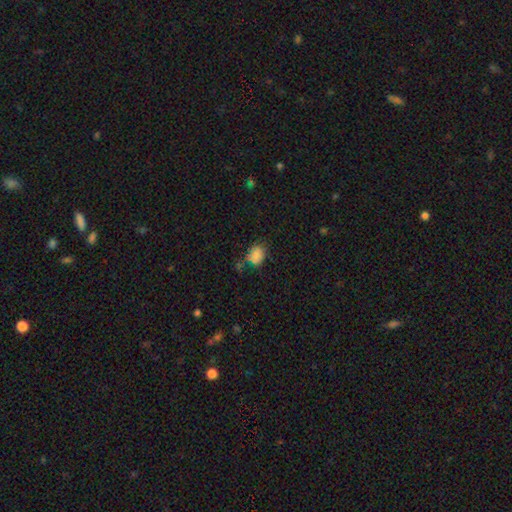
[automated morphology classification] Smooth or featured?
  - smooth: 81% *
  - star or artifact: 13%
  - featured or disk: 6%
How rounded?
  - in between: 59% *
  - round: 40%
  - cigar-shaped: 1%
Merging?
  - none: 59% *
  - minor disturbance: 25%
  - major disturbance: 8%
  - merger: 8%